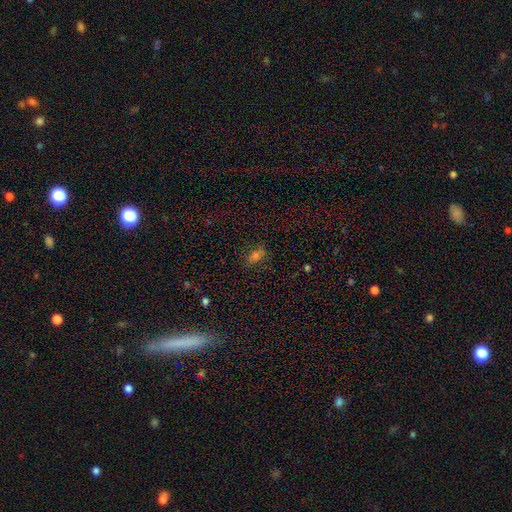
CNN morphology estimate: type=smooth (53%); roundness=in between (74%); merging=none (78%).